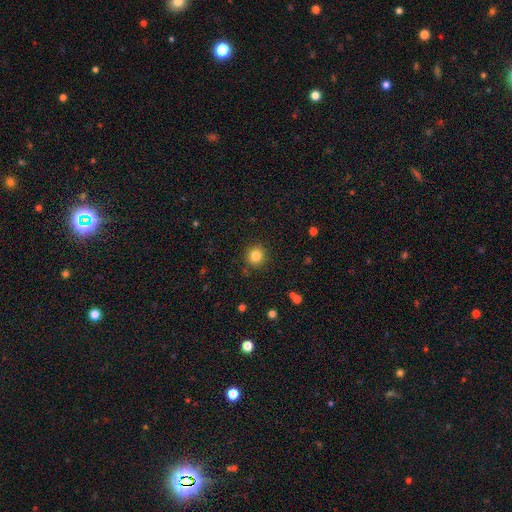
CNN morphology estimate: Smooth or featured: smooth — 82% (star or artifact — 12%)
How rounded: round — 92% (in between — 7%)
Merging: none — 89% (minor disturbance — 7%)